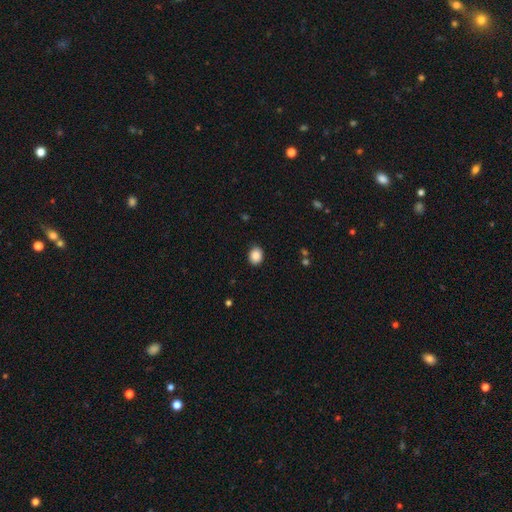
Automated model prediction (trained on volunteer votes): The model was most divided on "how rounded": round: 51%, in between: 49%, cigar-shaped: 1%. More confident: merging — none (89%); smooth or featured — smooth (88%).